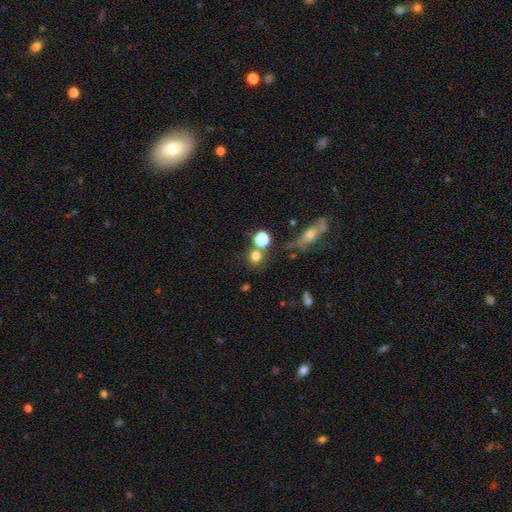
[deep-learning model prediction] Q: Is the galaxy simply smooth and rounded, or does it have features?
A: smooth — 73%.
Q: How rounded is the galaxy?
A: round — 86%.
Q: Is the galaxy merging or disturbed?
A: none — 67%.